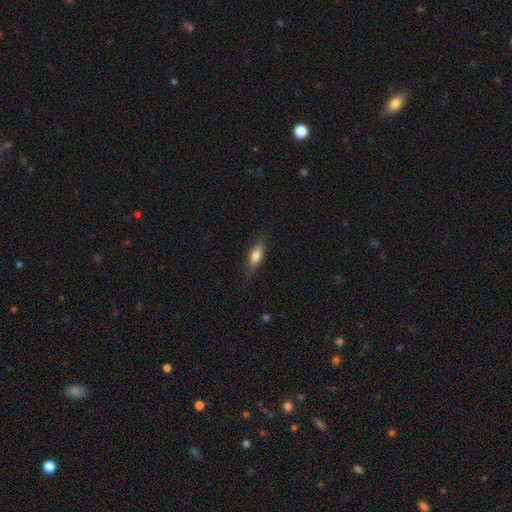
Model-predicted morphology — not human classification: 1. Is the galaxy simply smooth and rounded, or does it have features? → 75% smooth, 18% featured or disk, 7% star or artifact.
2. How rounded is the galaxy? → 69% in between, 28% cigar-shaped, 3% round.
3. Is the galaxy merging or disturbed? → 78% none, 17% minor disturbance, 4% major disturbance, 1% merger.